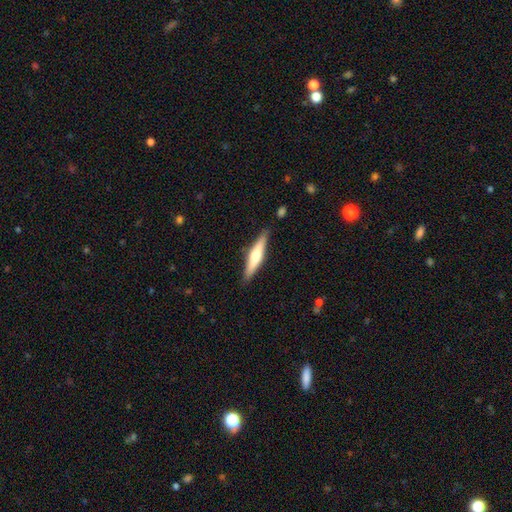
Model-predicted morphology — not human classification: Smooth or featured: featured or disk — 50% (smooth — 44%)
Edge-on disk: yes — 95% (no — 5%)
Merging: none — 86% (minor disturbance — 10%)